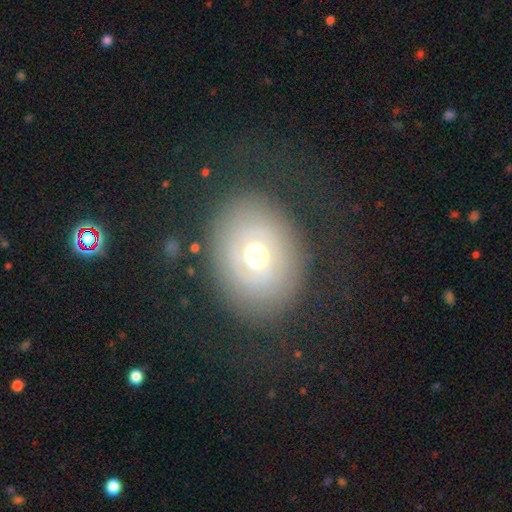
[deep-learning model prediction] Smooth or featured?
  - featured or disk: 54% *
  - smooth: 36%
  - star or artifact: 10%
Edge-on disk?
  - no: 95% *
  - yes: 5%
Bar?
  - no: 80% *
  - weak: 15%
  - strong: 5%
Spiral arms?
  - no: 63% *
  - yes: 37%
Bulge size?
  - moderate: 72% *
  - small: 13%
  - large: 12%
  - dominant: 2%
  - none: 1%
Merging?
  - none: 74% *
  - minor disturbance: 13%
  - major disturbance: 11%
  - merger: 2%